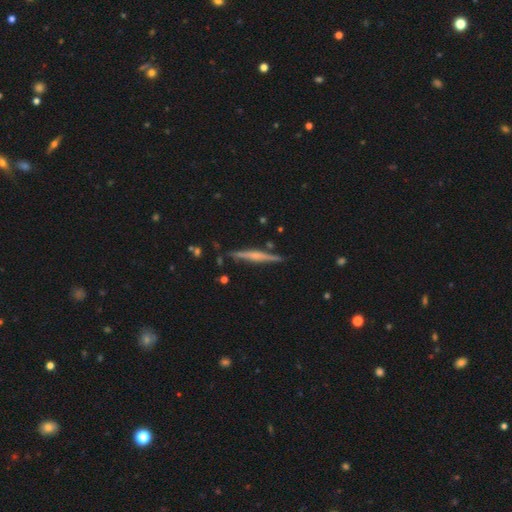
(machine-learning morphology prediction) Smooth or featured? Predicted: featured or disk (p=0.68). Edge-on disk? Predicted: yes (p=0.98). Edge-on bulge? Predicted: rounded (p=0.57). Merging? Predicted: none (p=0.86).